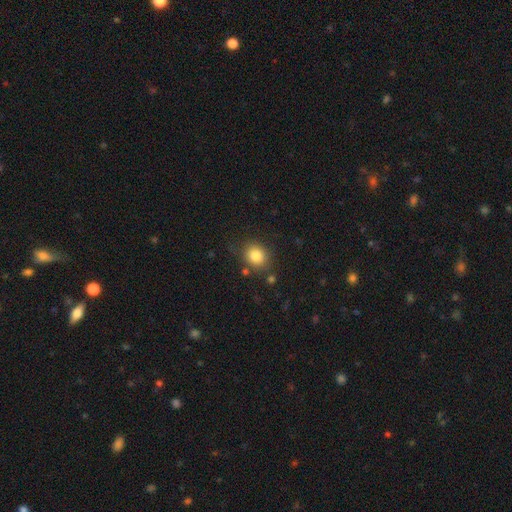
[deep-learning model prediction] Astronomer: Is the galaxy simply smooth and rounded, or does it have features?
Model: smooth — 83%.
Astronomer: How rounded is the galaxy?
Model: round — 66%.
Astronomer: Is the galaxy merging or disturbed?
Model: none — 79%.